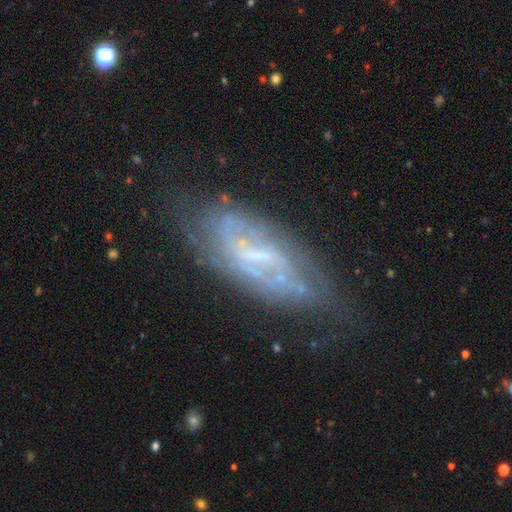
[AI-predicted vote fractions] Q: Smooth or featured?
A: featured or disk (73%); runner-up: smooth (18%)
Q: Edge-on disk?
A: no (86%); runner-up: yes (14%)
Q: Bar?
A: weak (44%); runner-up: strong (28%)
Q: Spiral arms?
A: yes (65%); runner-up: no (35%)
Q: Bulge size?
A: small (42%); runner-up: none (38%)
Q: Merging?
A: none (61%); runner-up: minor disturbance (24%)